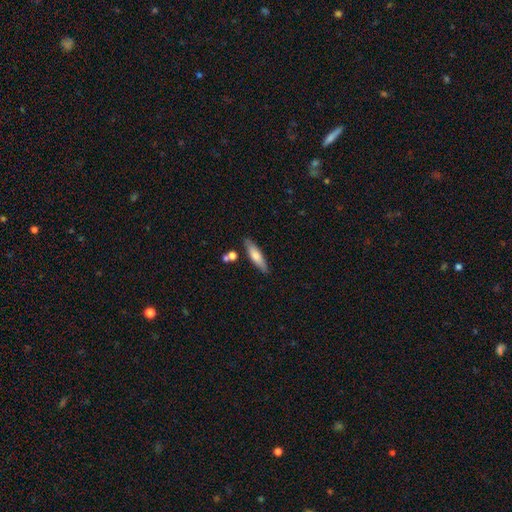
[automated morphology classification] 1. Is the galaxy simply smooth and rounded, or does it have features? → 65% smooth, 29% featured or disk, 6% star or artifact.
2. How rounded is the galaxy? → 69% cigar-shaped, 29% in between, 2% round.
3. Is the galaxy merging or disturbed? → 81% none, 11% minor disturbance, 5% merger, 2% major disturbance.